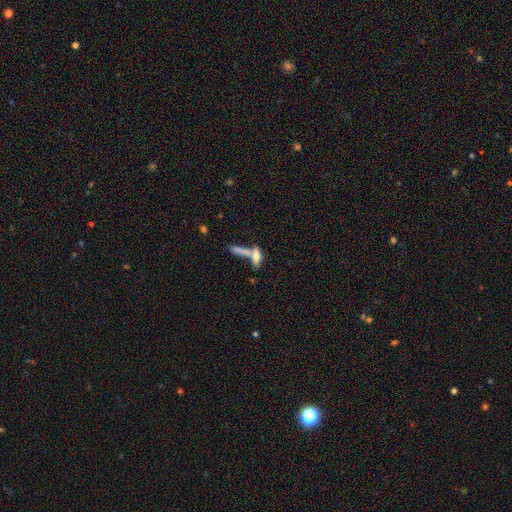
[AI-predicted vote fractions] Overall: smooth (63%; featured or disk 27%). How rounded: cigar-shaped (55%; in between 40%). Merging: merger (48%; none 35%).